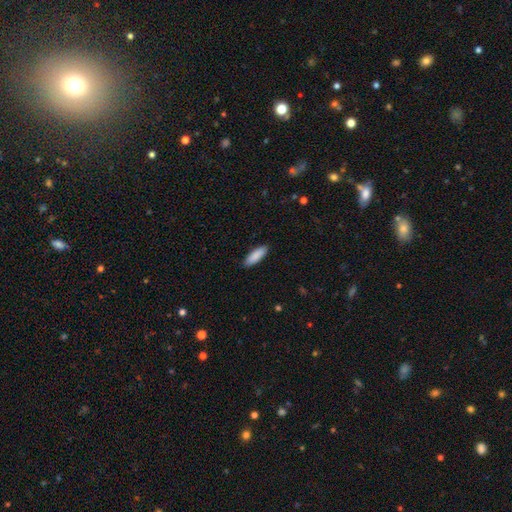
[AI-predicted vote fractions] A smooth galaxy with no disk features (89%) that is in between round and cigar-shaped (55%).

Vote fractions:
- Smooth or featured? smooth: 89% / star or artifact: 6% / featured or disk: 5%
- How rounded? in between: 55% / cigar-shaped: 43% / round: 1%
- Merging? none: 90% / minor disturbance: 8% / major disturbance: 2% / merger: 1%